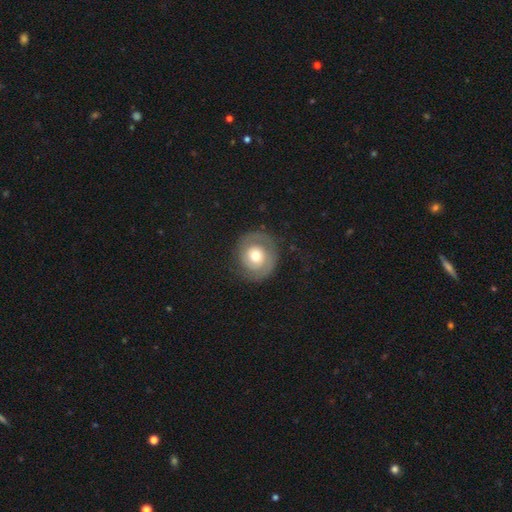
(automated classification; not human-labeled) The model was most divided on "smooth or featured": featured or disk: 60%, smooth: 33%, star or artifact: 7%. More confident: edge-on disk — no (97%); bar — no (80%); merging — none (78%); spiral arms — yes (75%); bulge size — moderate (69%).